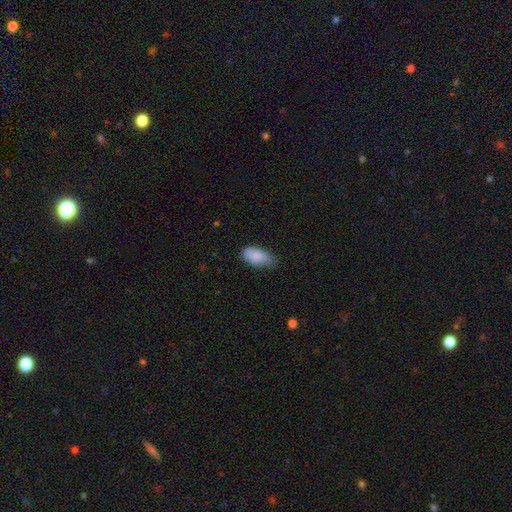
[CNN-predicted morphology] smooth_or_featured: smooth (p=0.86) [alt: featured or disk p=0.08]
how_rounded: in between (p=0.93) [alt: cigar-shaped p=0.04]
merging: none (p=0.56) [alt: minor disturbance p=0.37]